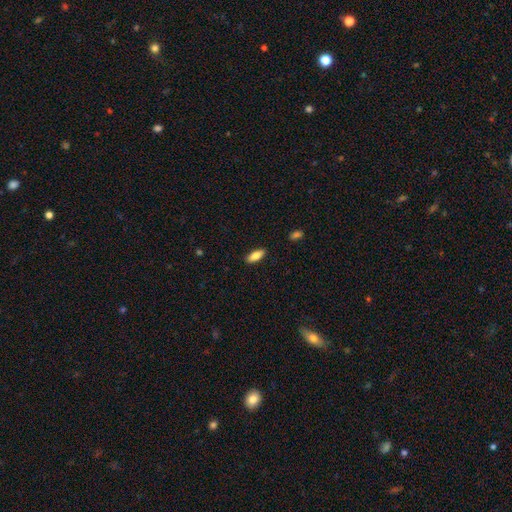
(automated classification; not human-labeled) A smooth galaxy with no disk features (82%) that is in between round and cigar-shaped (76%). Merging: none (89%).